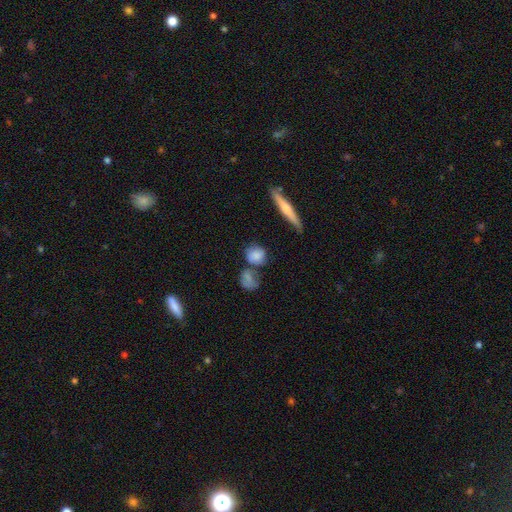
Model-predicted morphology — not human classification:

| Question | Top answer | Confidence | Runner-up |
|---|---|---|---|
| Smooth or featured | smooth | 76% | featured or disk (15%) |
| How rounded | round | 64% | in between (31%) |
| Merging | none | 52% | merger (24%) |